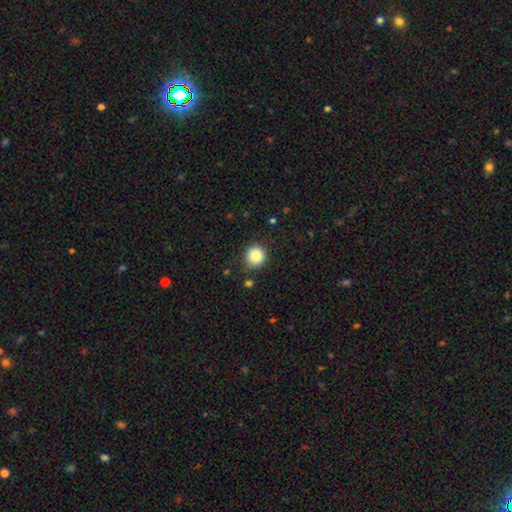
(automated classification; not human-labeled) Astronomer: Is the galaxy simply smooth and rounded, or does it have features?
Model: smooth — 87%.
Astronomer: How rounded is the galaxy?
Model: round — 92%.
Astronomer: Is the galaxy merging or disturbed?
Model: none — 84%.